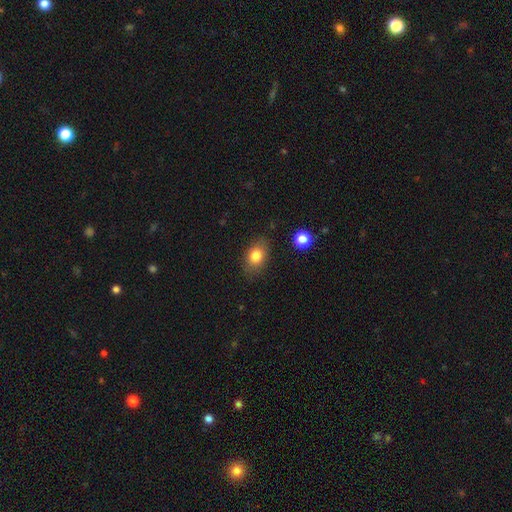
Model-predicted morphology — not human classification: Smooth or featured? smooth (80%)
How rounded? in between (77%)
Merging? none (82%)